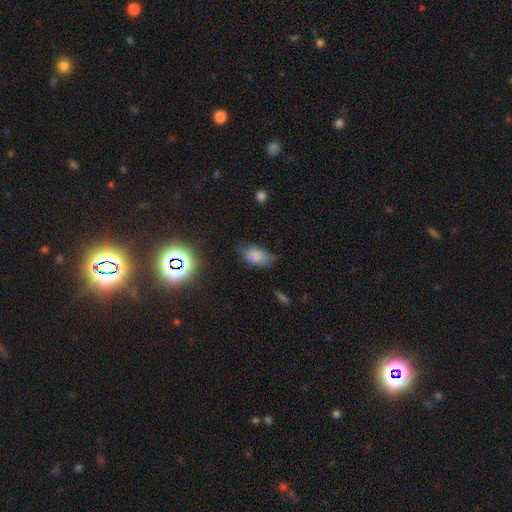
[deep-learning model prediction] Smooth or featured?
  - smooth: 74% *
  - star or artifact: 15%
  - featured or disk: 12%
How rounded?
  - in between: 91% *
  - round: 6%
  - cigar-shaped: 3%
Merging?
  - none: 57% *
  - minor disturbance: 32%
  - major disturbance: 8%
  - merger: 3%